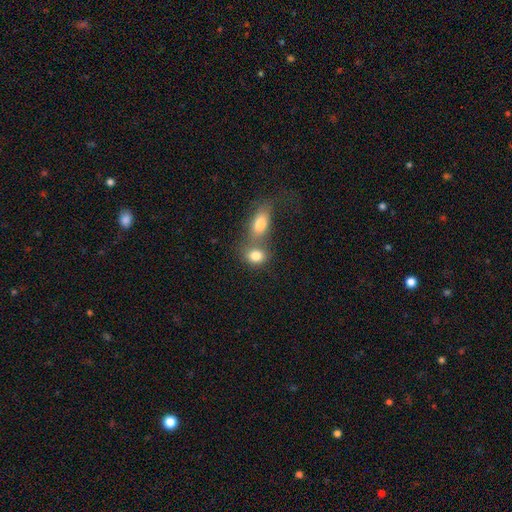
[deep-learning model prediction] Overall: smooth (81%). How rounded: in between (56%; round 42%). Merging: merger (50%; none 37%).